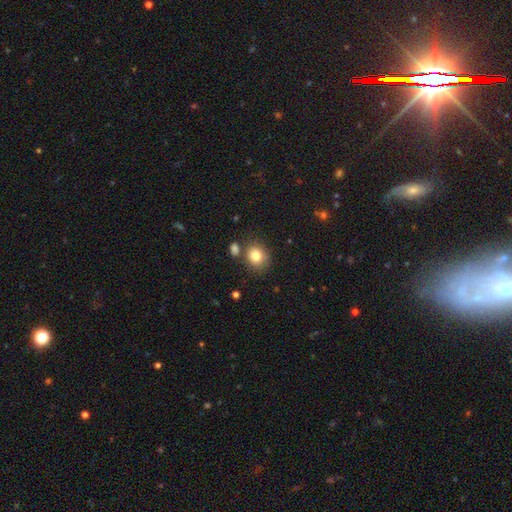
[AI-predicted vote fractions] A smooth galaxy with no disk features (82%) that is round (74%).

Vote fractions:
- Smooth or featured? smooth: 82% / star or artifact: 10% / featured or disk: 7%
- How rounded? round: 74% / in between: 25% / cigar-shaped: 1%
- Merging? none: 72% / minor disturbance: 13% / merger: 11% / major disturbance: 4%